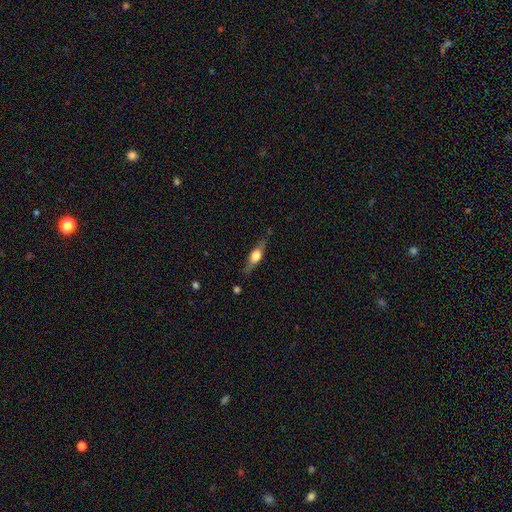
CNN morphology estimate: smooth-or-featured: featured or disk: 48% | smooth: 45% | star or artifact: 7%
  merging: none: 75% | minor disturbance: 18% | major disturbance: 5% | merger: 2%